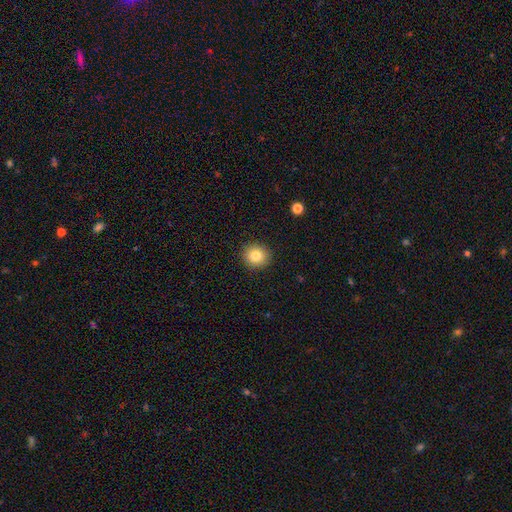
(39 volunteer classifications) This is clearly a smooth galaxy (85%). How rounded: clearly round (91%). Merging: clearly none (97%).